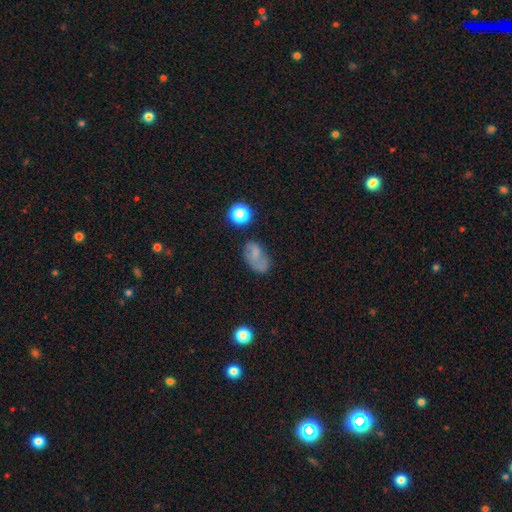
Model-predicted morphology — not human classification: type=smooth (61%); roundness=in between (85%); merging=none (47%).